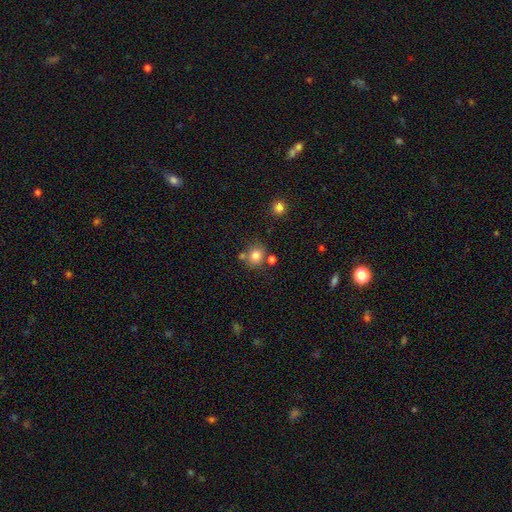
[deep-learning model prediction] Smooth or featured? smooth (80%)
How rounded? round (82%)
Merging? none (67%)